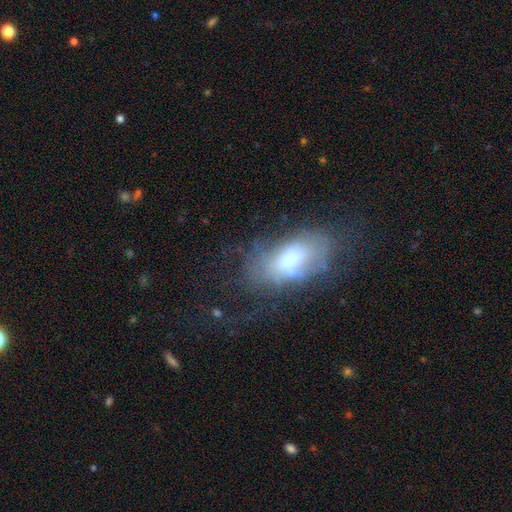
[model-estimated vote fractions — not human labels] smooth-or-featured: featured or disk: 48% | smooth: 41% | star or artifact: 12%
  merging: none: 49% | minor disturbance: 25% | major disturbance: 23% | merger: 3%